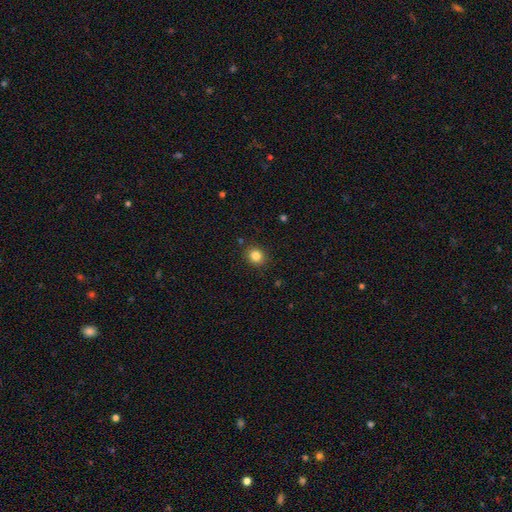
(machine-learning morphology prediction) A smooth galaxy with no disk features (84%) that is round (76%).

Vote fractions:
- Smooth or featured? smooth: 84% / star or artifact: 11% / featured or disk: 5%
- How rounded? round: 76% / in between: 23% / cigar-shaped: 1%
- Merging? none: 88% / minor disturbance: 8% / major disturbance: 2% / merger: 1%